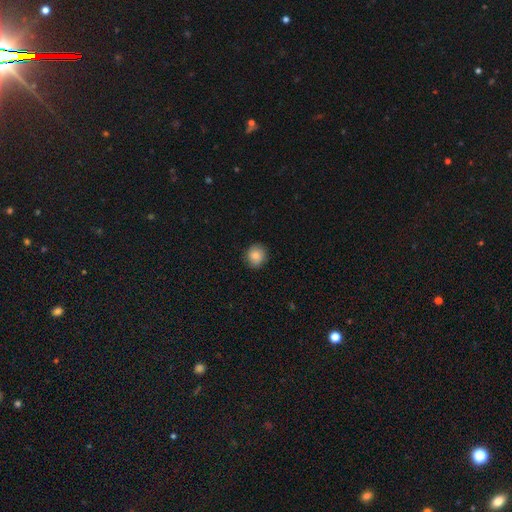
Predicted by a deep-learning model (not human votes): Smooth or featured: smooth — 85% (star or artifact — 9%)
How rounded: round — 87% (in between — 12%)
Merging: none — 88% (minor disturbance — 9%)